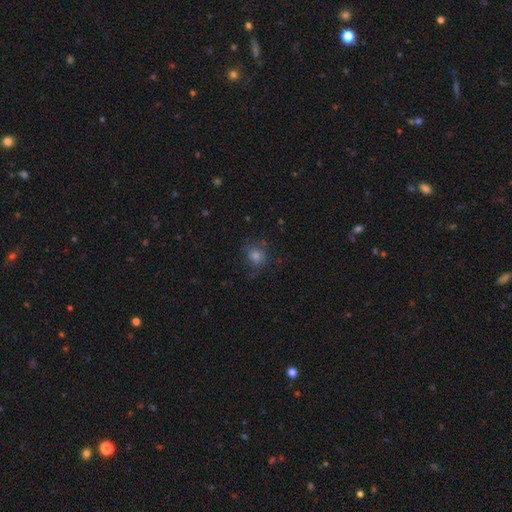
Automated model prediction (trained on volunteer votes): A smooth galaxy with no disk features (64%) that is round (80%).

Vote fractions:
- Smooth or featured? smooth: 64% / star or artifact: 20% / featured or disk: 16%
- How rounded? round: 80% / in between: 18% / cigar-shaped: 1%
- Merging? none: 71% / minor disturbance: 17% / major disturbance: 10% / merger: 2%